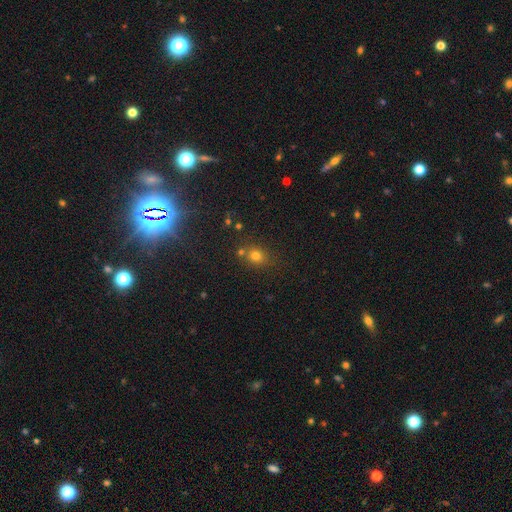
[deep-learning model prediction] This is likely a smooth galaxy (72%). How rounded: likely round (73%). Merging: likely none (70%).